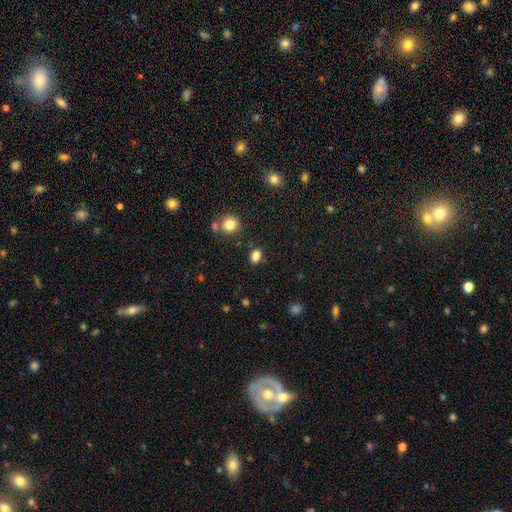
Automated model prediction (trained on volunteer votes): Q: Smooth or featured?
A: smooth (84%); runner-up: star or artifact (12%)
Q: How rounded?
A: in between (69%); runner-up: round (29%)
Q: Merging?
A: none (84%); runner-up: minor disturbance (10%)